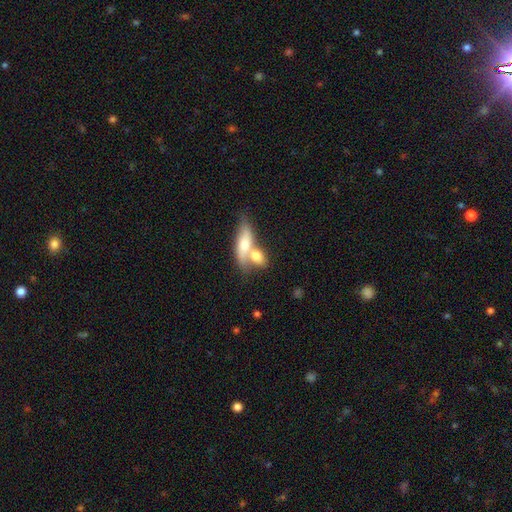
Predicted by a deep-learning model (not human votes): smooth-or-featured: smooth: 69% | featured or disk: 26% | star or artifact: 6%
  how-rounded: in between: 69% | cigar-shaped: 17% | round: 14%
  merging: merger: 66% | none: 22% | minor disturbance: 7% | major disturbance: 5%